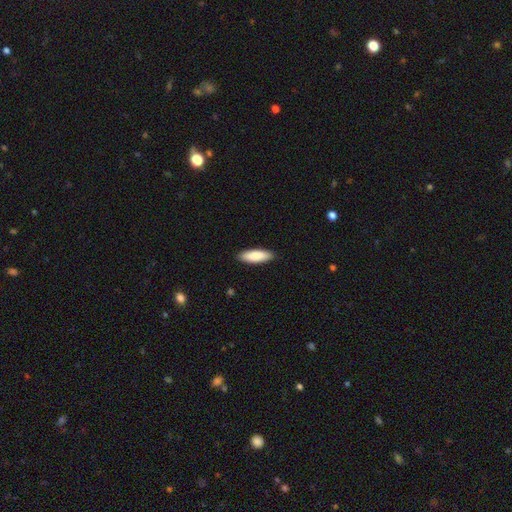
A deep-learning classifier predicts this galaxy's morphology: A smooth galaxy with no disk features (86%) that is in between round and cigar-shaped (55%).

Vote fractions:
- Smooth or featured? smooth: 86% / featured or disk: 9% / star or artifact: 5%
- How rounded? in between: 55% / cigar-shaped: 43% / round: 2%
- Merging? none: 90% / minor disturbance: 7% / major disturbance: 2% / merger: 1%